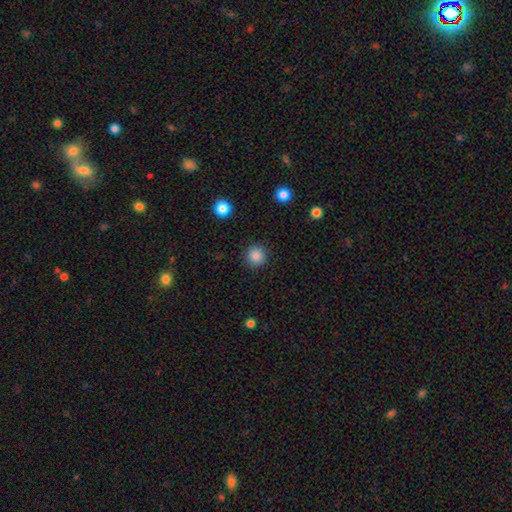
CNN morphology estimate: smooth 87%, star or artifact 10%, featured or disk 3%. Down the decision tree: how rounded — round (95%); merging — none (91%).